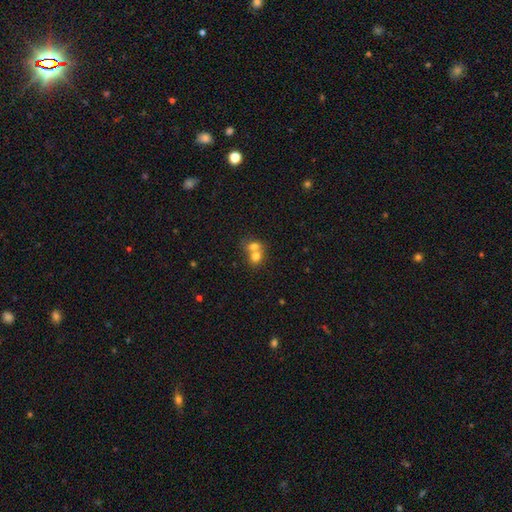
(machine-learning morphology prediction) smooth_or_featured: smooth (p=0.72) [alt: featured or disk p=0.17]
how_rounded: round (p=0.62) [alt: in between p=0.37]
merging: merger (p=0.68) [alt: none p=0.24]